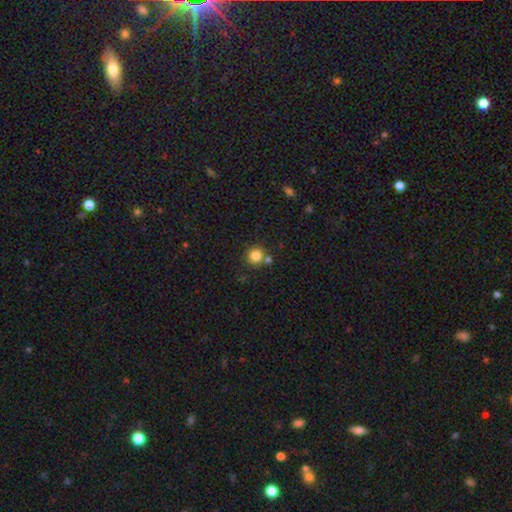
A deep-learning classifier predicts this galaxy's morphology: smooth-or-featured: smooth: 82% | star or artifact: 11% | featured or disk: 7%
  how-rounded: round: 92% | in between: 7% | cigar-shaped: 1%
  merging: none: 73% | merger: 15% | minor disturbance: 9% | major disturbance: 3%